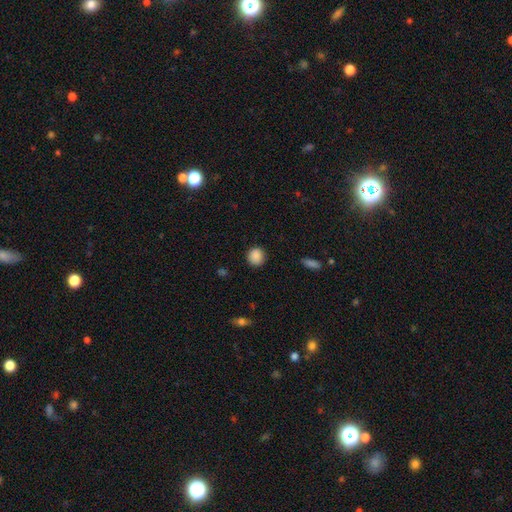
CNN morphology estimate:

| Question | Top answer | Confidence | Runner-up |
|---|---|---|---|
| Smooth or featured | smooth | 88% | star or artifact (9%) |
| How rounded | round | 90% | in between (9%) |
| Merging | none | 88% | minor disturbance (8%) |